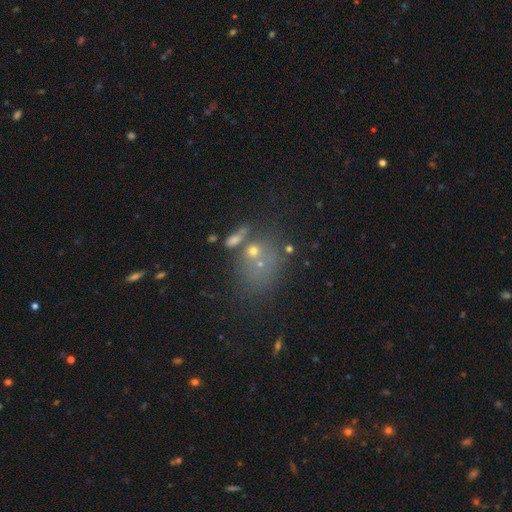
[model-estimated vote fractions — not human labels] smooth_or_featured: smooth (p=0.44) [alt: star or artifact p=0.36]
merging: none (p=0.49) [alt: merger p=0.29]